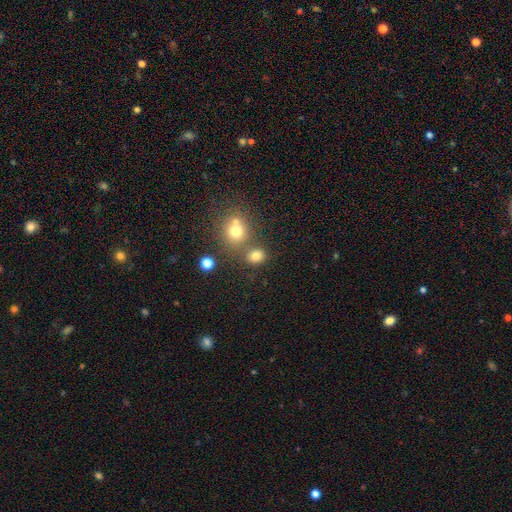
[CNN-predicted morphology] Q: Smooth or featured?
A: smooth (75%); runner-up: star or artifact (16%)
Q: How rounded?
A: round (68%); runner-up: in between (31%)
Q: Merging?
A: none (65%); runner-up: merger (21%)